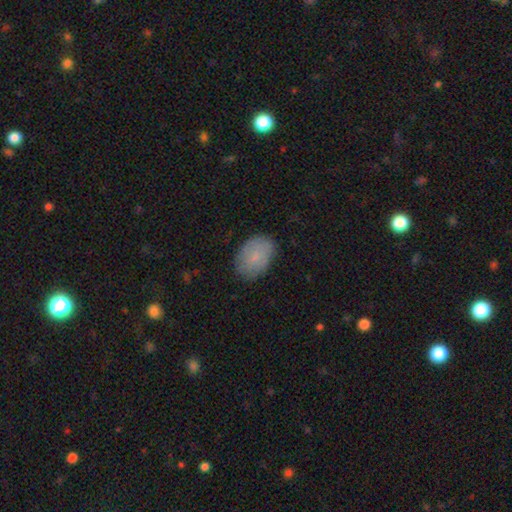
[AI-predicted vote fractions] Morphology: type=smooth (79%); roundness=in between (84%); merging=none (81%).